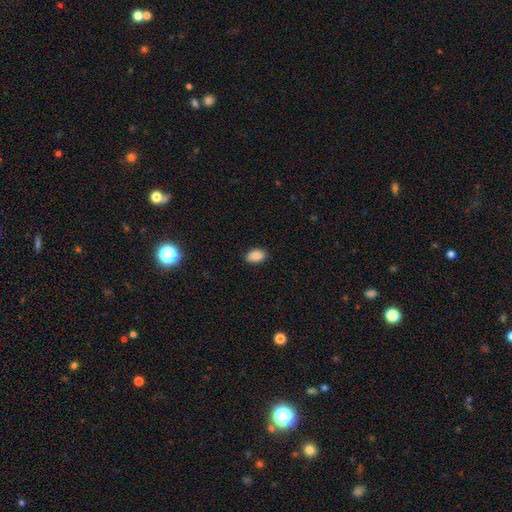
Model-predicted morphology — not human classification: The model was most divided on "merging": none: 87%, minor disturbance: 10%, major disturbance: 2%, merger: 1%. More confident: how rounded — in between (90%); smooth or featured — smooth (89%).